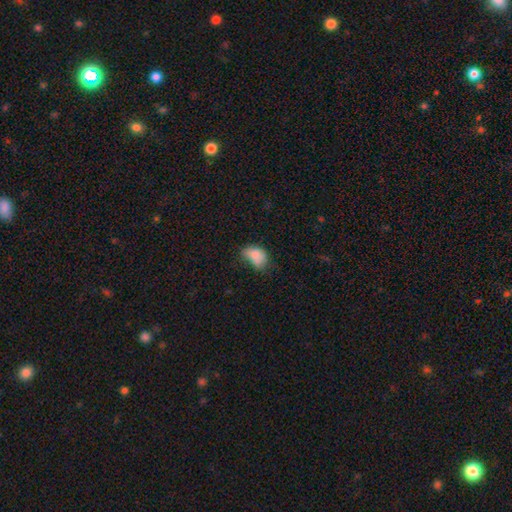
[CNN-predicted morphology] Overall: smooth (78%). How rounded: in between (77%). Merging: minor disturbance (39%; none 32%).